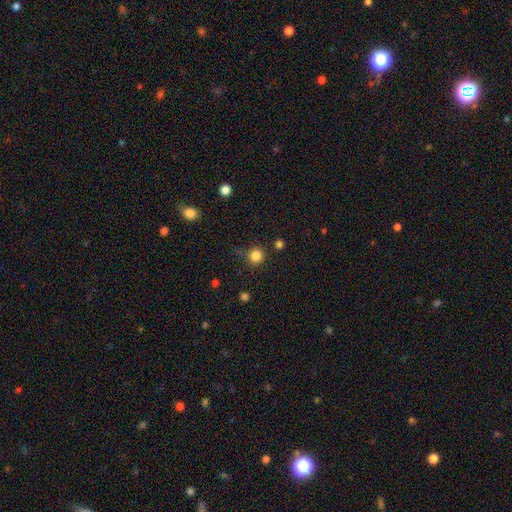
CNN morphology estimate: smooth_or_featured: smooth (p=0.84) [alt: star or artifact p=0.12]
how_rounded: round (p=0.94) [alt: in between p=0.05]
merging: none (p=0.82) [alt: minor disturbance p=0.10]